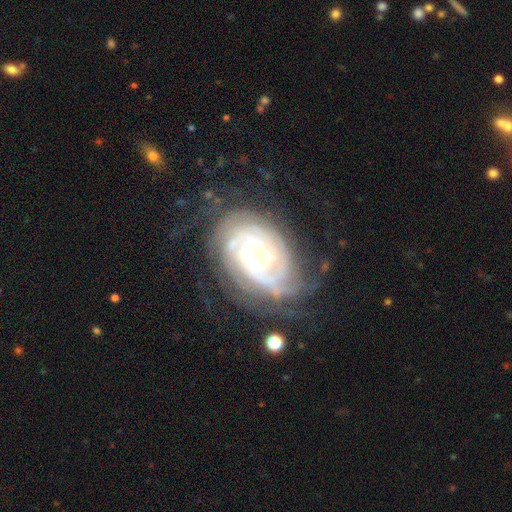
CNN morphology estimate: Smooth or featured: featured or disk — 88% (smooth — 7%)
Edge-on disk: no — 96% (yes — 4%)
Bar: no — 71% (weak — 22%)
Spiral arms: yes — 96% (no — 4%)
Spiral winding: tight — 77% (medium — 18%)
Spiral arm count: can't tell — 39% (2 — 16%)
Bulge size: moderate — 59% (small — 35%)
Merging: none — 66% (minor disturbance — 22%)